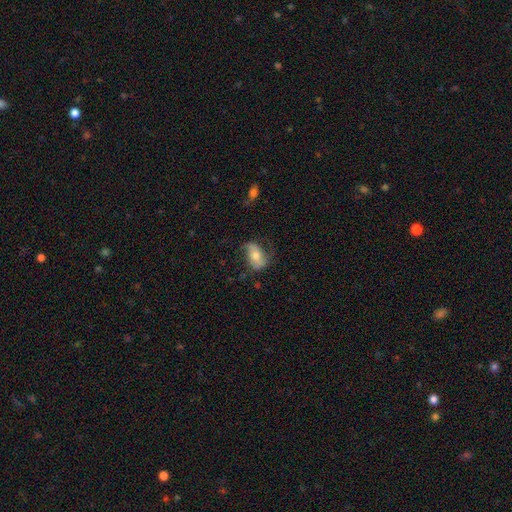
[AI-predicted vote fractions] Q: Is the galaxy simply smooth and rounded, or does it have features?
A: smooth — 48%.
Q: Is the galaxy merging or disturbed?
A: none — 54%.